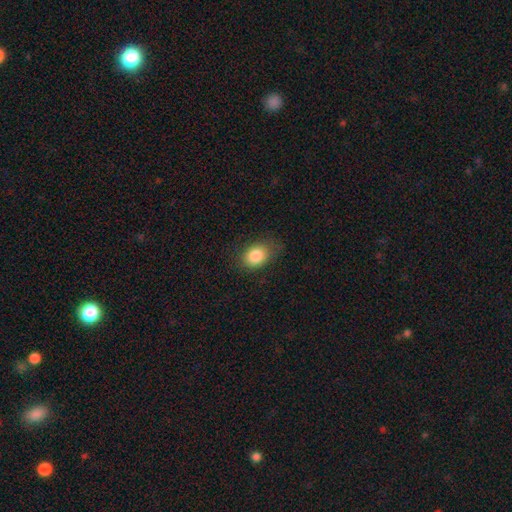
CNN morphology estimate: The model was most divided on "how rounded": in between: 68%, round: 31%, cigar-shaped: 1%. More confident: smooth or featured — smooth (86%); merging — none (71%).